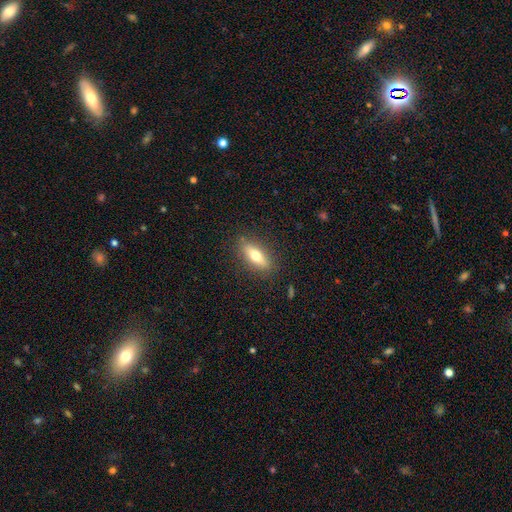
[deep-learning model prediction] smooth 60%, featured or disk 33%, star or artifact 7%. Down the decision tree: how rounded — in between (59%); merging — none (86%).